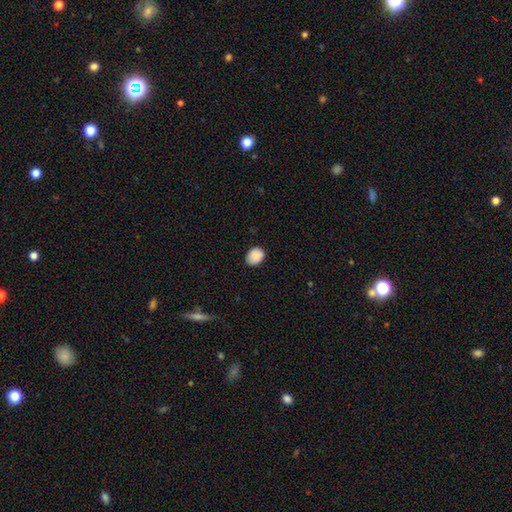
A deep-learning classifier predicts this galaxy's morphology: type=smooth (87%); roundness=in between (59%); merging=none (81%).